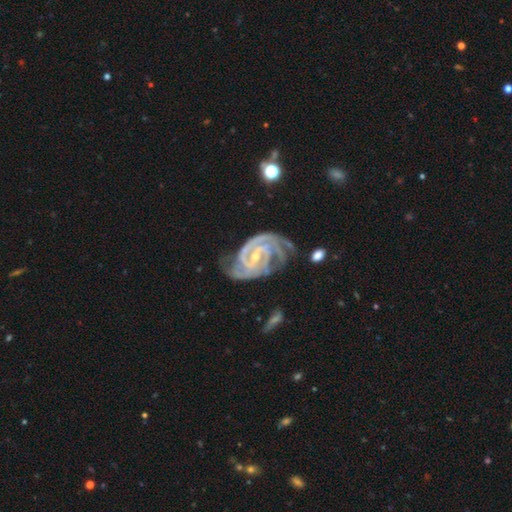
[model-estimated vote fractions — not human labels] This is clearly a featured or disk galaxy (92%). It is clearly not viewed edge-on (97%). Bar: possibly weak (45%). Spiral arm pattern: clearly yes (98%). Spiral arm count: marginally 3 (35%). Spiral winding: likely tight (66%). Central bulge: likely small (66%). Merging: likely none (61%).